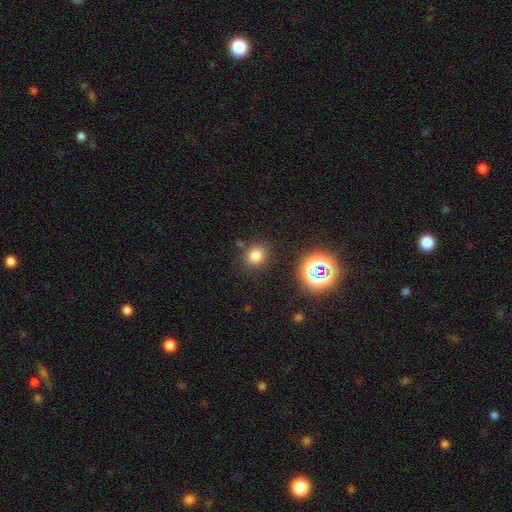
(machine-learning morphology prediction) type=smooth (76%); roundness=round (67%); merging=none (83%).